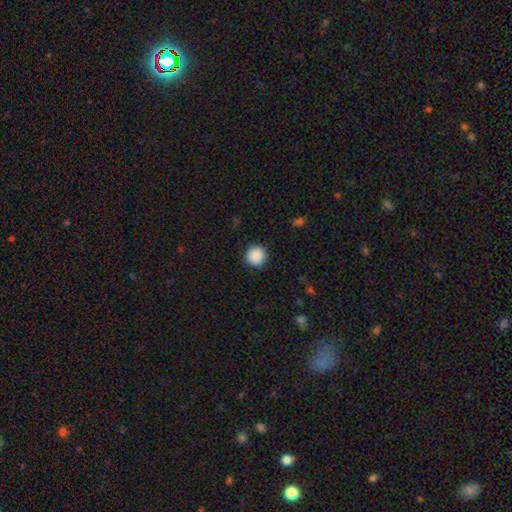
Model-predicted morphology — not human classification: Smooth or featured? Predicted: smooth (p=0.89). How rounded? Predicted: round (p=0.94). Merging? Predicted: none (p=0.91).